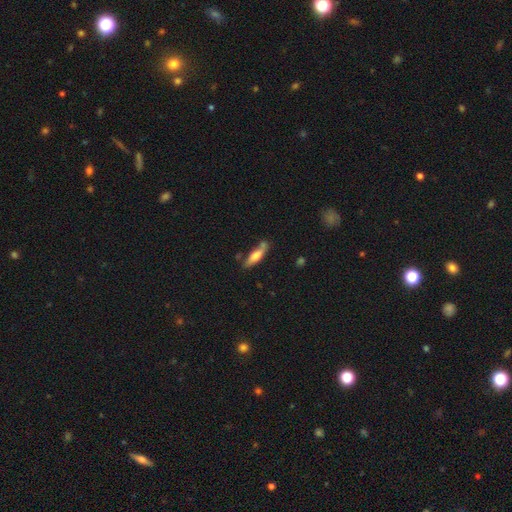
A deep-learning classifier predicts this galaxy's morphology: A smooth galaxy with no disk features (64%) that is cigar-shaped (64%).

Vote fractions:
- Smooth or featured? smooth: 64% / featured or disk: 29% / star or artifact: 6%
- How rounded? cigar-shaped: 64% / in between: 34% / round: 2%
- Merging? none: 63% / minor disturbance: 21% / merger: 12% / major disturbance: 5%